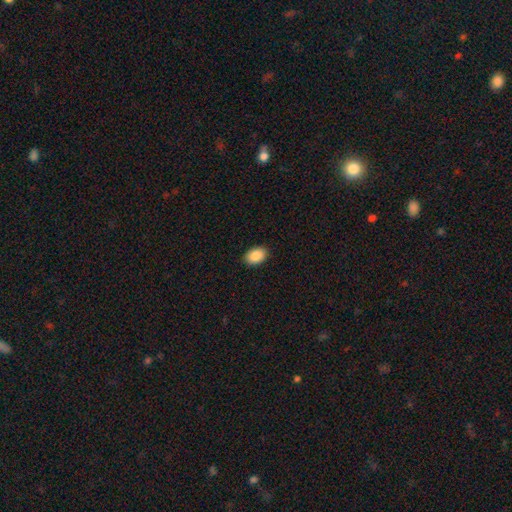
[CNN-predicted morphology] A smooth galaxy with no disk features (89%) that is in between round and cigar-shaped (84%). Merging: none (90%).